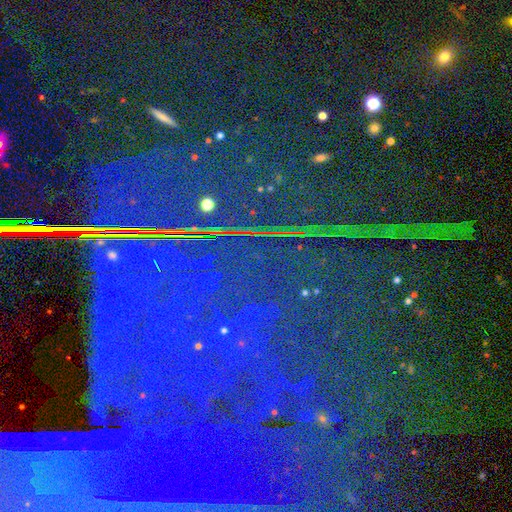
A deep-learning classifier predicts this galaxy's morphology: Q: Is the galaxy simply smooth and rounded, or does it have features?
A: star or artifact — 86%.